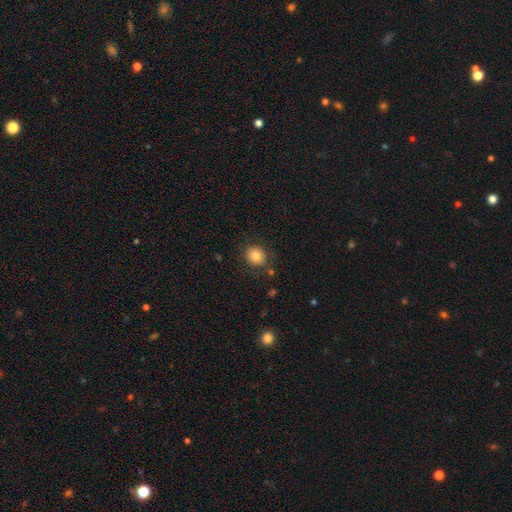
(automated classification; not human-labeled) Smooth or featured? smooth (81%)
How rounded? round (77%)
Merging? none (82%)